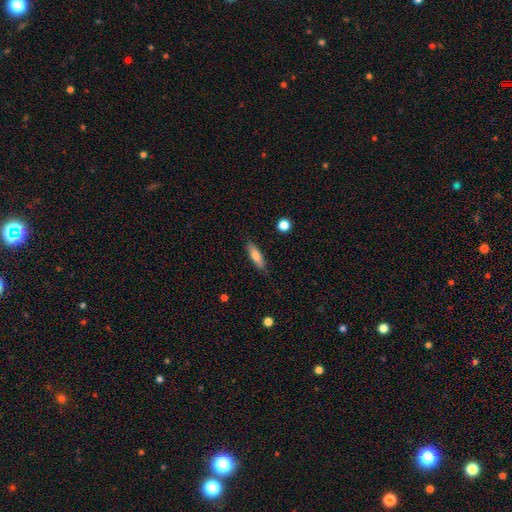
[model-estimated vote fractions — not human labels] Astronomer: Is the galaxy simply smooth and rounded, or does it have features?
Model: smooth — 72%.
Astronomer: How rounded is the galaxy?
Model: cigar-shaped — 69%.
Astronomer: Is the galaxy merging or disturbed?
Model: none — 85%.